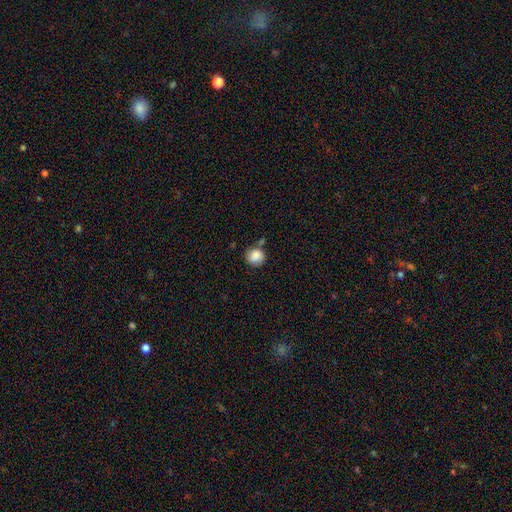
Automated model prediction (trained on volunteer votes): smooth 87%, star or artifact 9%, featured or disk 4%. Down the decision tree: how rounded — round (90%); merging — none (71%).